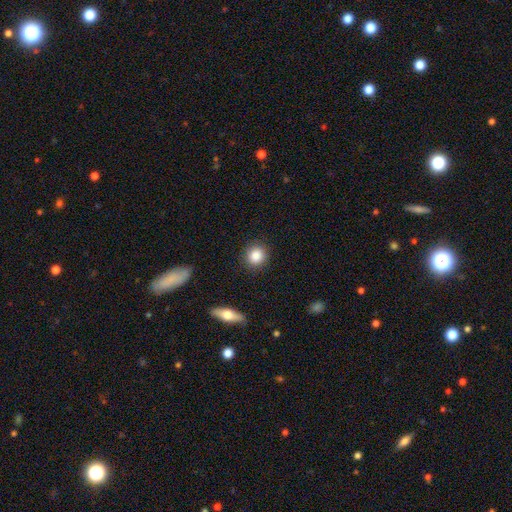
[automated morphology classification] A smooth galaxy with no disk features (86%) that is round (84%). Merging: none (89%).